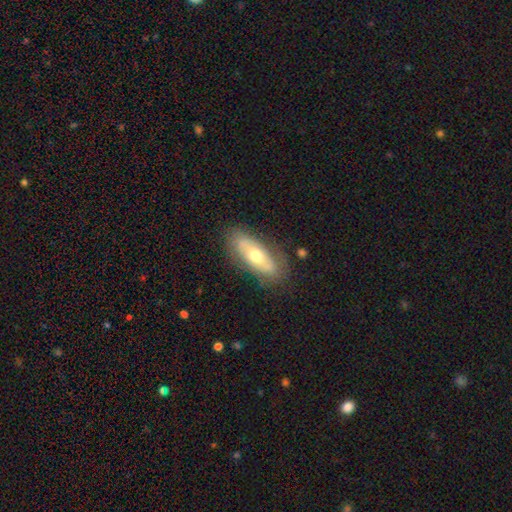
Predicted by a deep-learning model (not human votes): smooth_or_featured: smooth (p=0.48) [alt: featured or disk p=0.46]
merging: none (p=0.79) [alt: minor disturbance p=0.15]